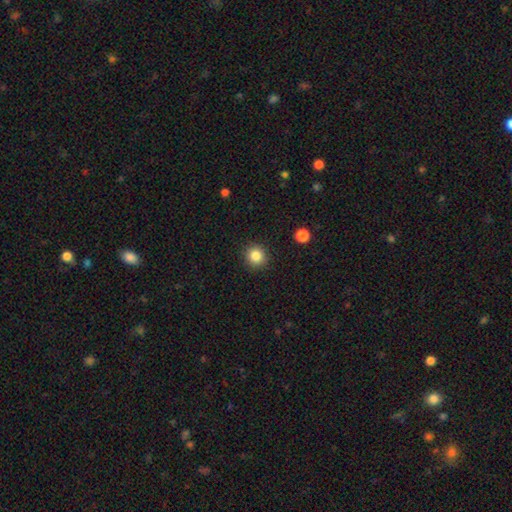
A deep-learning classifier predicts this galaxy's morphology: smooth 84%, star or artifact 11%, featured or disk 5%. Down the decision tree: how rounded — round (93%); merging — none (92%).